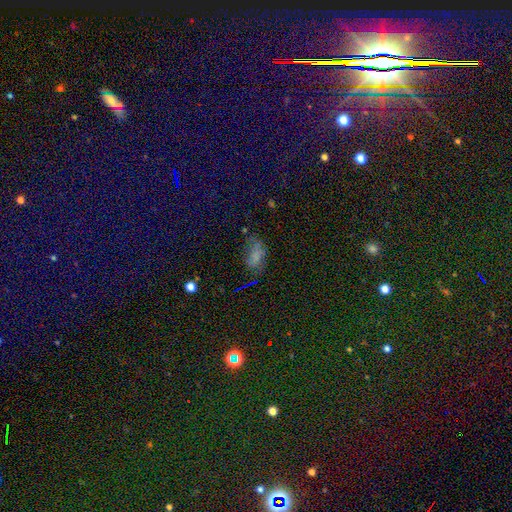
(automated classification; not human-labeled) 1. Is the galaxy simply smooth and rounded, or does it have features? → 59% smooth, 21% featured or disk, 20% star or artifact.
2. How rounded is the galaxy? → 89% in between, 6% round, 5% cigar-shaped.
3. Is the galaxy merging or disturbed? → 40% none, 28% minor disturbance, 26% major disturbance, 5% merger.